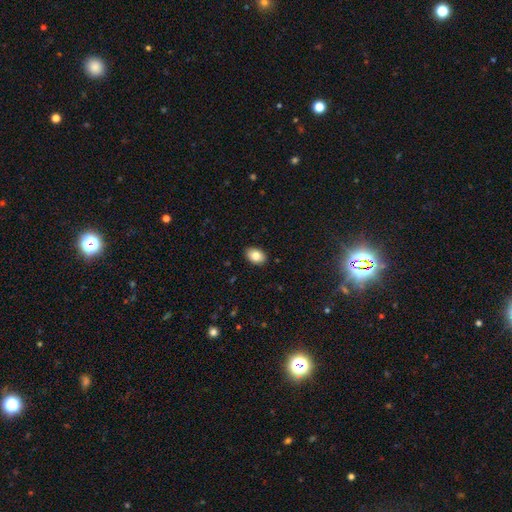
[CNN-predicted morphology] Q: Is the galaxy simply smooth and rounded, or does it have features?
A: smooth — 84%.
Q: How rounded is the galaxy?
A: in between — 85%.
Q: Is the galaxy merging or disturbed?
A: none — 89%.